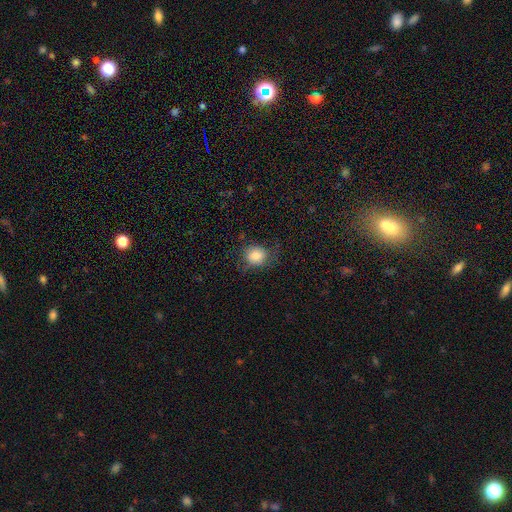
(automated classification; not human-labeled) Smooth or featured? smooth (80%)
How rounded? round (74%)
Merging? none (66%)